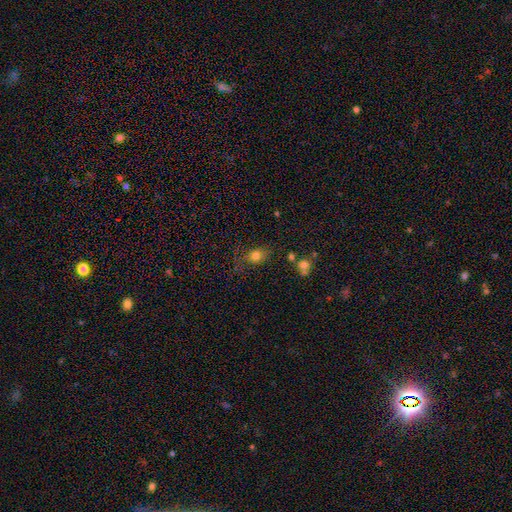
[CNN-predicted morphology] smooth 77%, star or artifact 14%, featured or disk 10%. Down the decision tree: how rounded — in between (53%); merging — none (66%).